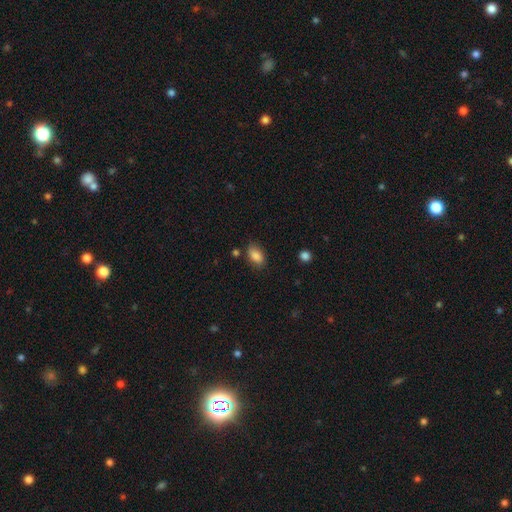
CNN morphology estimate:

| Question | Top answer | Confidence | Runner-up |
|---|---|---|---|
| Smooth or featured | smooth | 86% | star or artifact (8%) |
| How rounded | in between | 90% | round (8%) |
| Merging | none | 78% | minor disturbance (15%) |